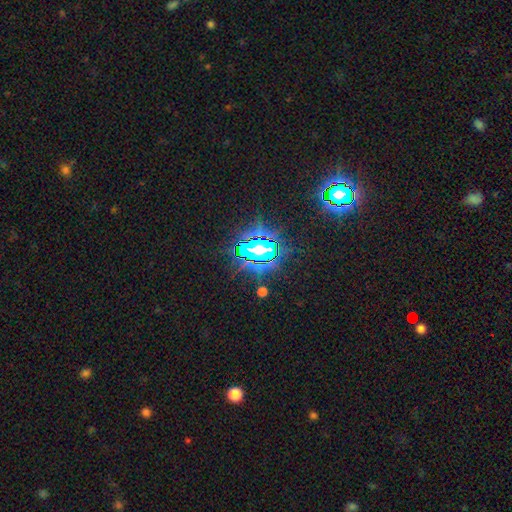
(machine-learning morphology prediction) A star or artifact, not a galaxy (72%).

Vote fractions:
- Smooth or featured? star or artifact: 72% / smooth: 16% / featured or disk: 12%